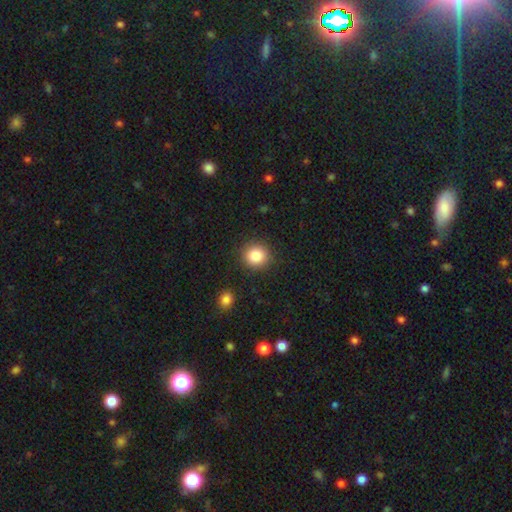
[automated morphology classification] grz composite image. It shows a smooth galaxy with no disk features (86%) that is round (87%). Merging: none (88%).